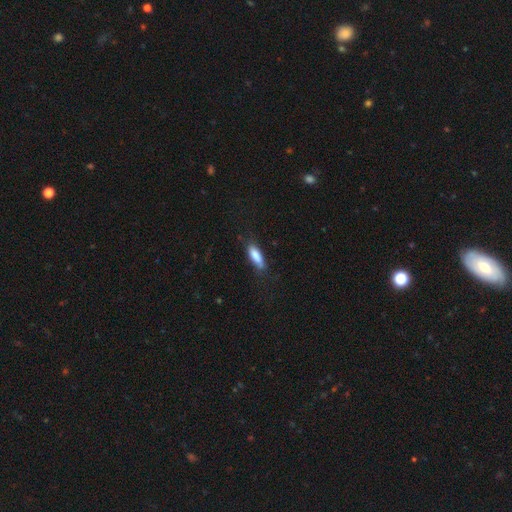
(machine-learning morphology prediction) smooth 82%, featured or disk 11%, star or artifact 7%. Down the decision tree: how rounded — in between (53%); merging — none (68%).